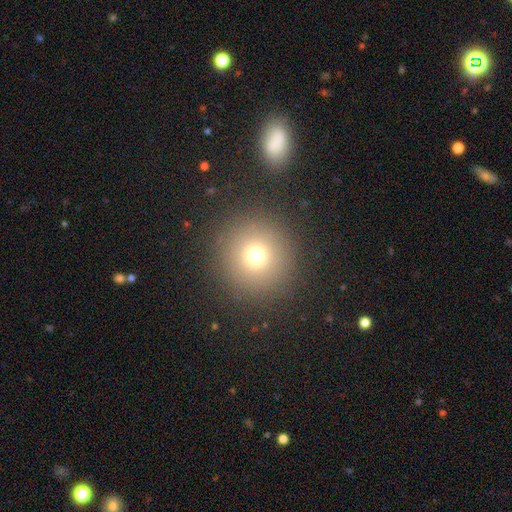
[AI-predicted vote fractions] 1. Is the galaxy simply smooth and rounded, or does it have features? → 72% smooth, 19% star or artifact, 10% featured or disk.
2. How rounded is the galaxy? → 96% round, 3% in between, 1% cigar-shaped.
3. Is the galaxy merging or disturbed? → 89% none, 6% minor disturbance, 4% major disturbance, 1% merger.